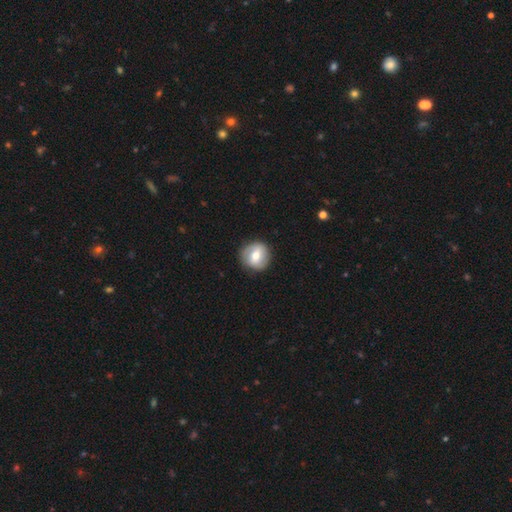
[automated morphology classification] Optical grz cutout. It shows a smooth galaxy with no disk features (57%) that is round (91%). Merging: none (86%).